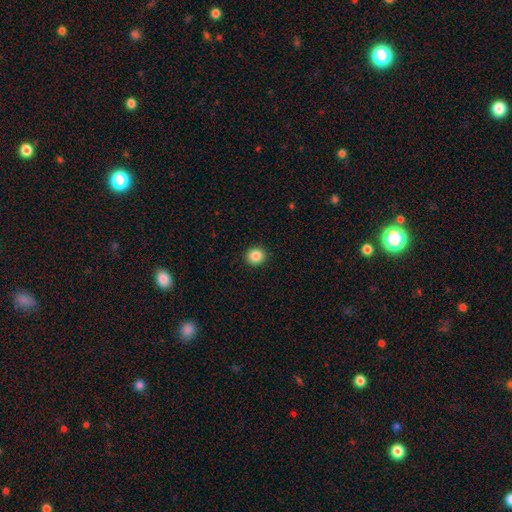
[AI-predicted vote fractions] Overall: smooth (87%). How rounded: round (89%). Merging: none (92%).